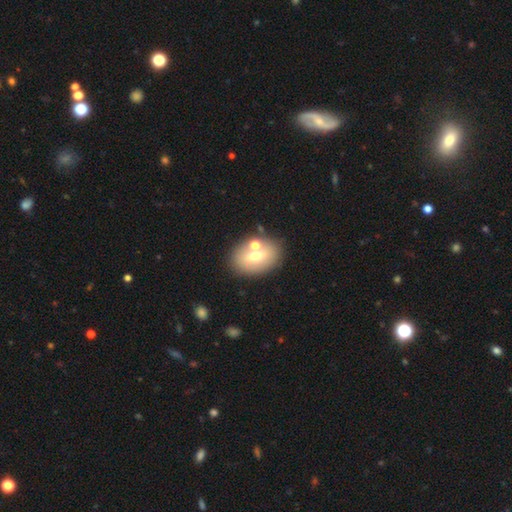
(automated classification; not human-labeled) smooth-or-featured: smooth: 59% | featured or disk: 31% | star or artifact: 10%
  how-rounded: in between: 74% | round: 24% | cigar-shaped: 2%
  merging: none: 69% | merger: 16% | minor disturbance: 11% | major disturbance: 4%